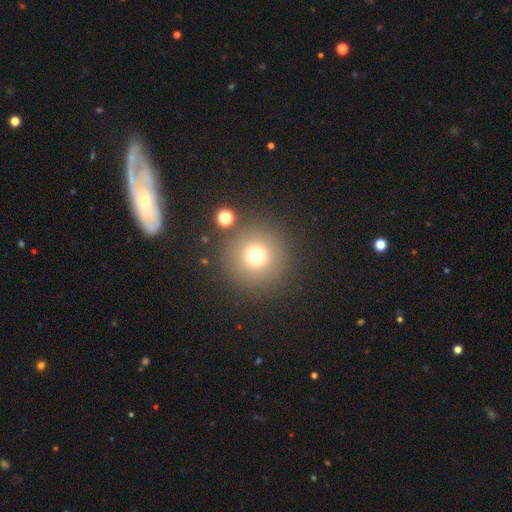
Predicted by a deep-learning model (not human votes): The model was most divided on "smooth or featured": smooth: 72%, star or artifact: 18%, featured or disk: 10%. More confident: how rounded — round (96%); merging — none (85%).